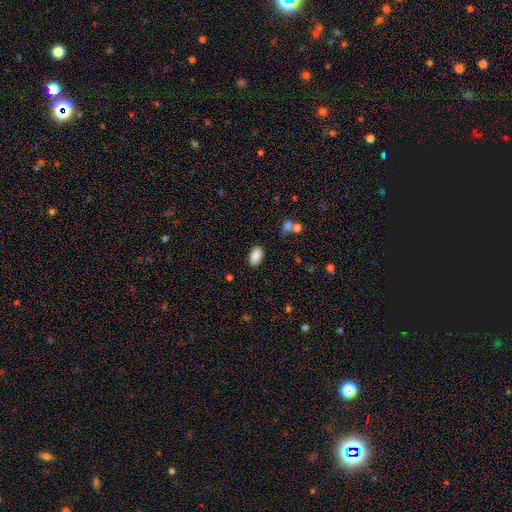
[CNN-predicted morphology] smooth_or_featured: smooth (p=0.87) [alt: star or artifact p=0.07]
how_rounded: in between (p=0.93) [alt: round p=0.05]
merging: none (p=0.86) [alt: minor disturbance p=0.10]